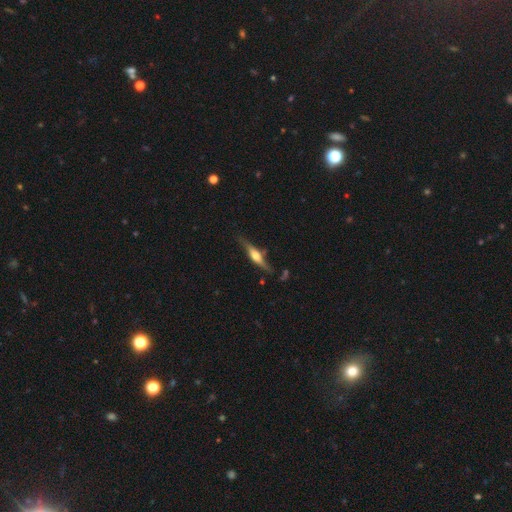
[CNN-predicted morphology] Smooth or featured: featured or disk — 70% (smooth — 24%)
Edge-on disk: yes — 94% (no — 6%)
Edge-on bulge: rounded — 90% (boxy — 7%)
Merging: none — 73% (minor disturbance — 18%)